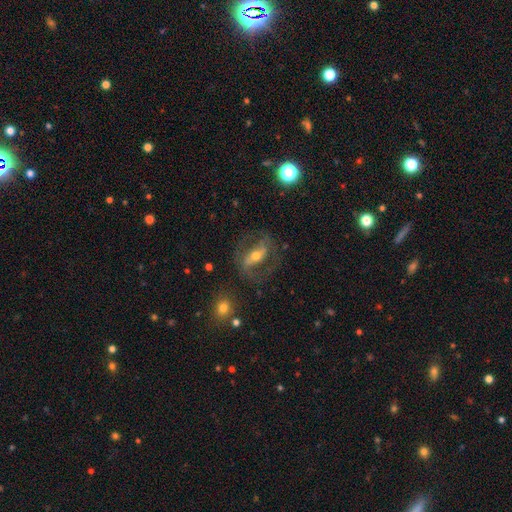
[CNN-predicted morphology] A featured or disk galaxy (74%) with a strong bar (51%), spiral arms (77%) and a moderate central bulge (57%). Merging: none (68%).